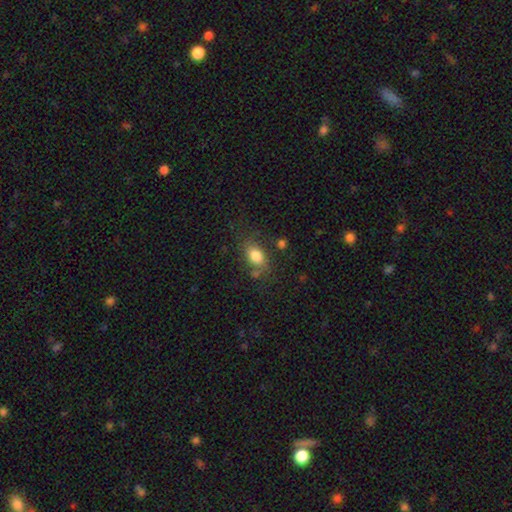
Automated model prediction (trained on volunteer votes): Smooth or featured?
  - smooth: 79% *
  - featured or disk: 11%
  - star or artifact: 9%
How rounded?
  - in between: 81% *
  - round: 17%
  - cigar-shaped: 2%
Merging?
  - none: 66% *
  - minor disturbance: 19%
  - major disturbance: 8%
  - merger: 7%